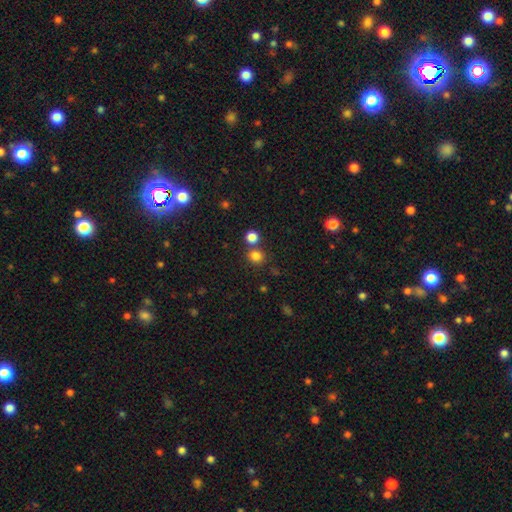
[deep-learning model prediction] Smooth or featured: smooth — 80% (star or artifact — 15%)
How rounded: round — 86% (in between — 13%)
Merging: none — 70% (merger — 20%)